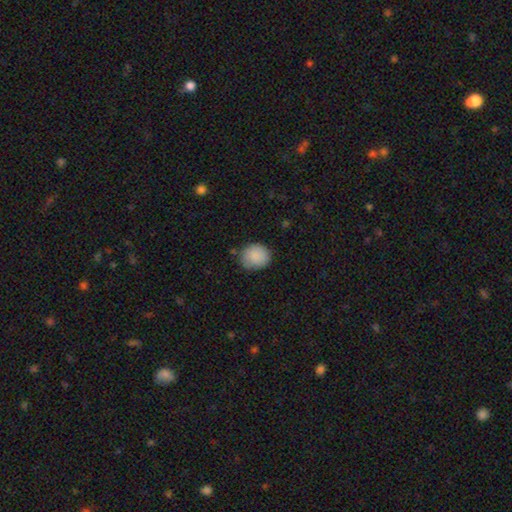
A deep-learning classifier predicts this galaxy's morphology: Smooth or featured: smooth — 88% (star or artifact — 7%)
How rounded: round — 73% (in between — 26%)
Merging: none — 75% (minor disturbance — 19%)